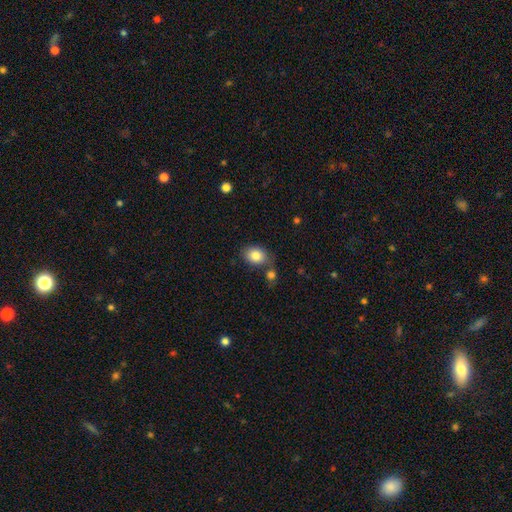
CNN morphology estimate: This is clearly a smooth galaxy (82%). How rounded: likely in between (63%). Merging: likely none (63%).